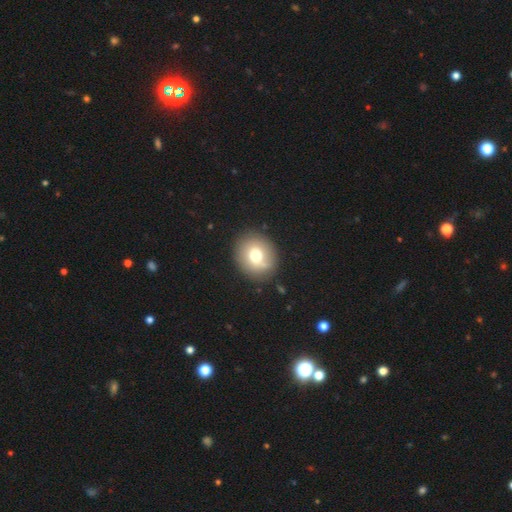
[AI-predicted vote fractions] smooth-or-featured: smooth: 69% | featured or disk: 21% | star or artifact: 10%
  how-rounded: round: 76% | in between: 23% | cigar-shaped: 1%
  merging: none: 81% | minor disturbance: 12% | major disturbance: 4% | merger: 3%